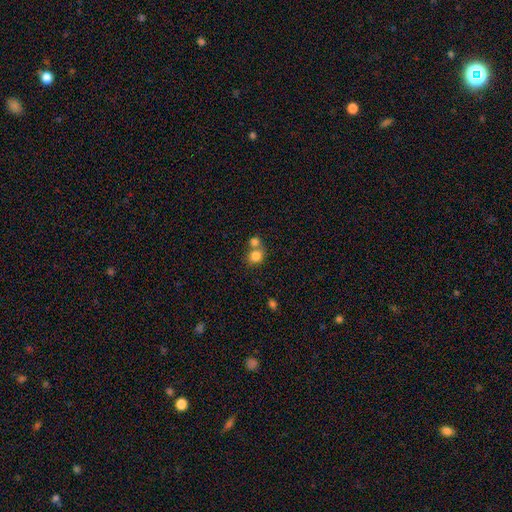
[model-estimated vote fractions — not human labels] This appears to be a smooth galaxy with no disk features (82%) that is round (79%). Merging: none (46%).